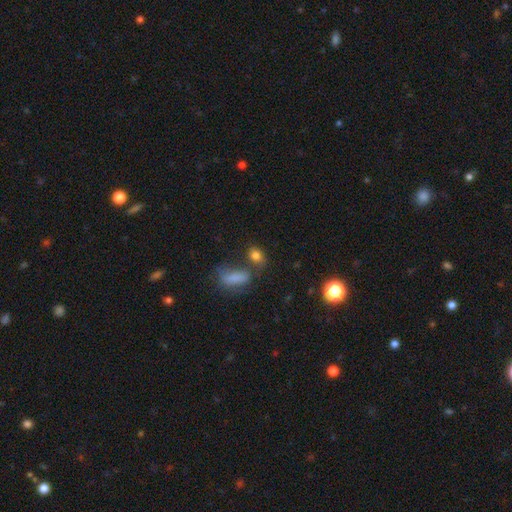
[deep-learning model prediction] Q: Smooth or featured?
A: smooth (79%); runner-up: star or artifact (13%)
Q: How rounded?
A: in between (69%); runner-up: round (26%)
Q: Merging?
A: none (54%); runner-up: merger (24%)